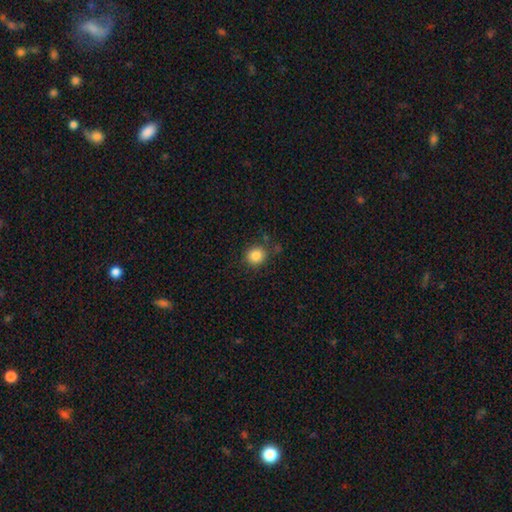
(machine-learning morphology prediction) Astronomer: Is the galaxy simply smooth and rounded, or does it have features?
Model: smooth — 85%.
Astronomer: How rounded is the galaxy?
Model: round — 85%.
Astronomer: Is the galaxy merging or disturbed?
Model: none — 81%.